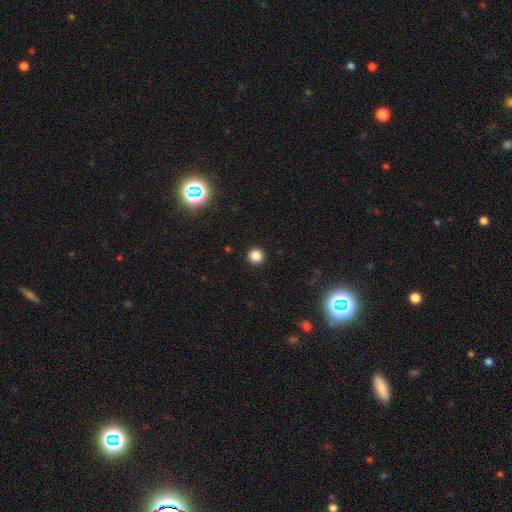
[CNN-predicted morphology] Smooth or featured?
  - smooth: 84% *
  - star or artifact: 13%
  - featured or disk: 3%
How rounded?
  - round: 95% *
  - in between: 4%
  - cigar-shaped: 1%
Merging?
  - none: 93% *
  - minor disturbance: 4%
  - major disturbance: 2%
  - merger: 1%